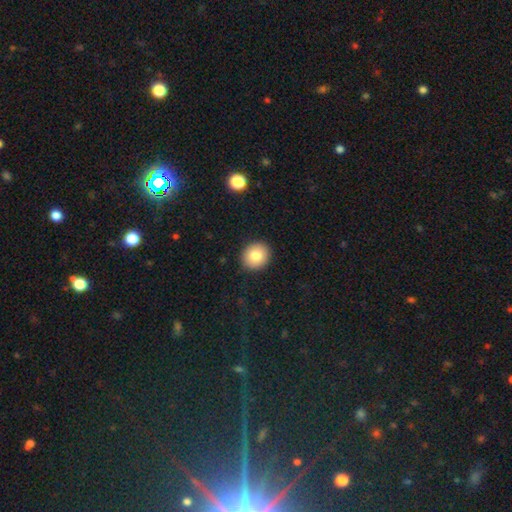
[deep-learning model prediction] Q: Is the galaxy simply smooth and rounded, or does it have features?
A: smooth — 81%.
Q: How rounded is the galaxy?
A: round — 80%.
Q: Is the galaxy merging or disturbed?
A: none — 91%.